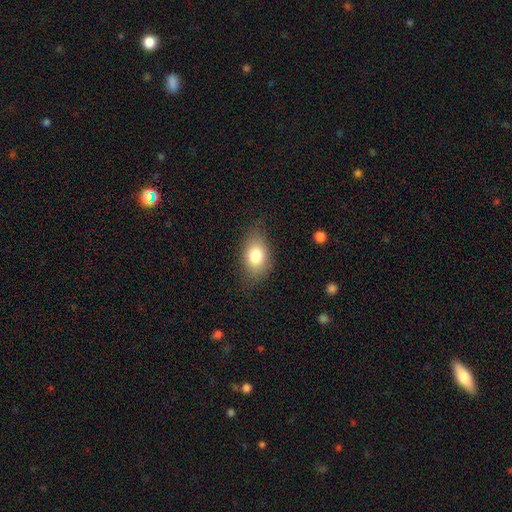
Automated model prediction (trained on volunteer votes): The model was most divided on "merging": none: 76%, minor disturbance: 18%, major disturbance: 5%, merger: 1%. More confident: how rounded — in between (81%); smooth or featured — smooth (79%).